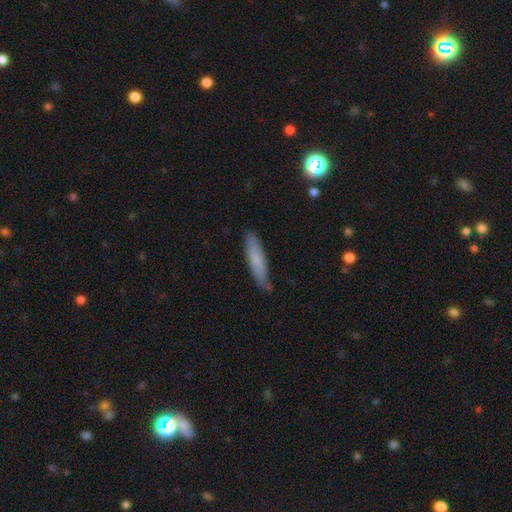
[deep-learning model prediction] A smooth galaxy with no disk features (65%) that is cigar-shaped (85%). Merging: none (82%).